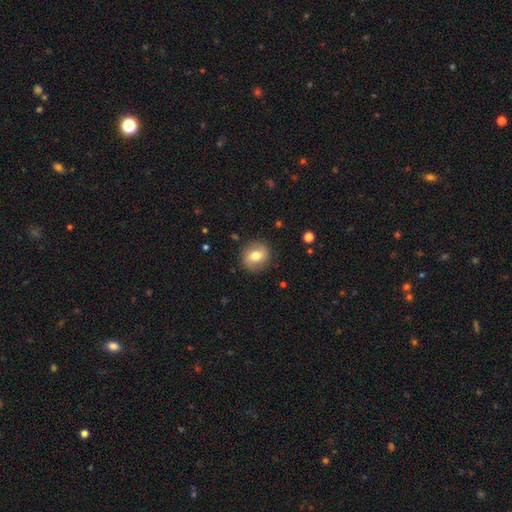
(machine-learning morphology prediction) A smooth galaxy with no disk features (70%) that is round (79%). Merging: none (87%).